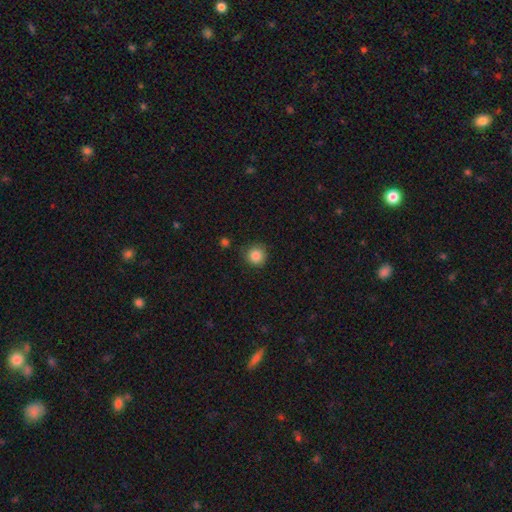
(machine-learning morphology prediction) Smooth or featured? smooth (86%)
How rounded? round (93%)
Merging? none (85%)